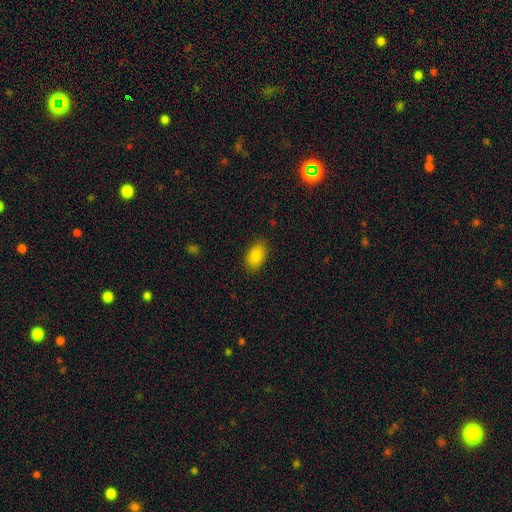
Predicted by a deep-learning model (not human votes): A smooth galaxy with no disk features (87%) that is in between round and cigar-shaped (91%). Merging: none (86%).